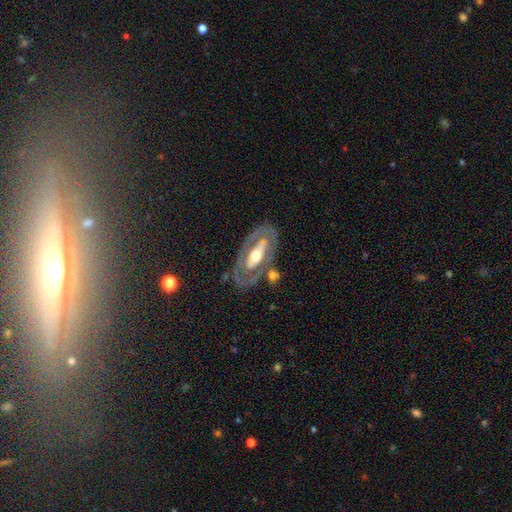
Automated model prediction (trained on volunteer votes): Smooth or featured? Predicted: featured or disk (p=0.74). Edge-on disk? Predicted: no (p=0.87). Bar? Predicted: no (p=0.52). Spiral arms? Predicted: no (p=0.58). Bulge size? Predicted: moderate (p=0.67). Merging? Predicted: none (p=0.68).